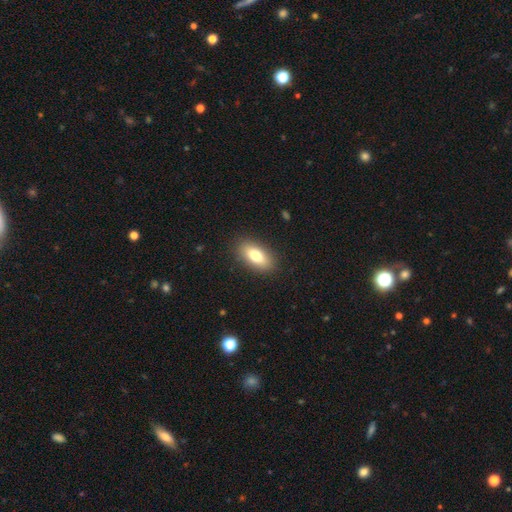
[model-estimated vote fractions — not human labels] A smooth galaxy with no disk features (78%) that is in between round and cigar-shaped (87%). Merging: none (88%).